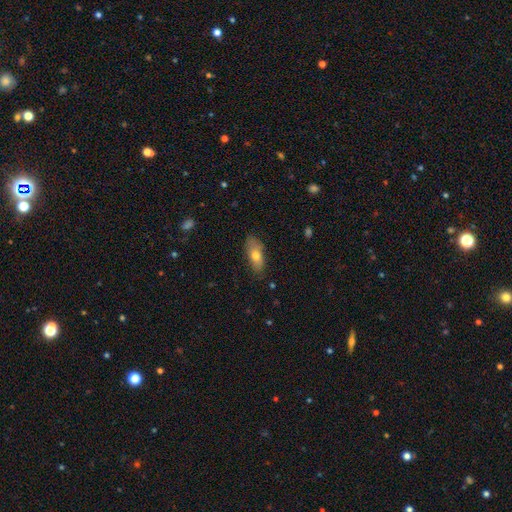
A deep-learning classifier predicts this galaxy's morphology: smooth 70%, featured or disk 23%, star or artifact 7%. Down the decision tree: how rounded — in between (81%); merging — none (72%).